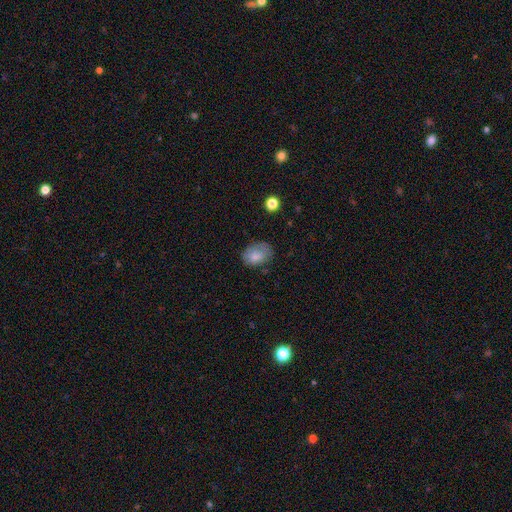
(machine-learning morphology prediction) smooth_or_featured: smooth (p=0.80) [alt: featured or disk p=0.11]
how_rounded: in between (p=0.76) [alt: round p=0.23]
merging: none (p=0.62) [alt: minor disturbance p=0.27]